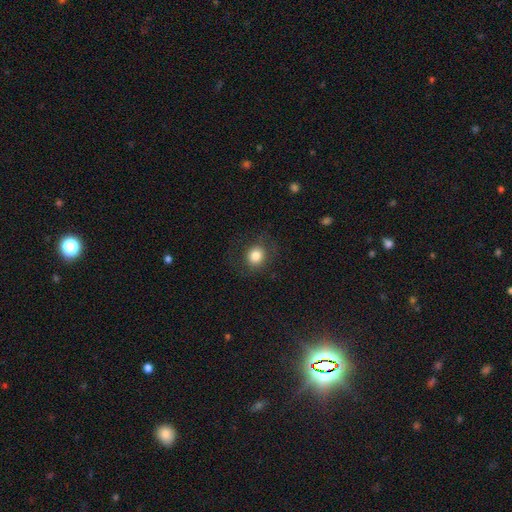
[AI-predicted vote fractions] Smooth or featured? Predicted: smooth (p=0.82). How rounded? Predicted: round (p=0.77). Merging? Predicted: none (p=0.80).